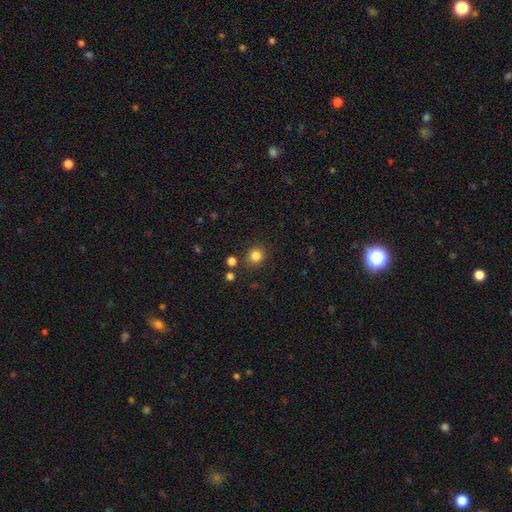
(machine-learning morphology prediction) This appears to be a smooth galaxy with no disk features (83%) that is round (87%). Merging: none (84%).